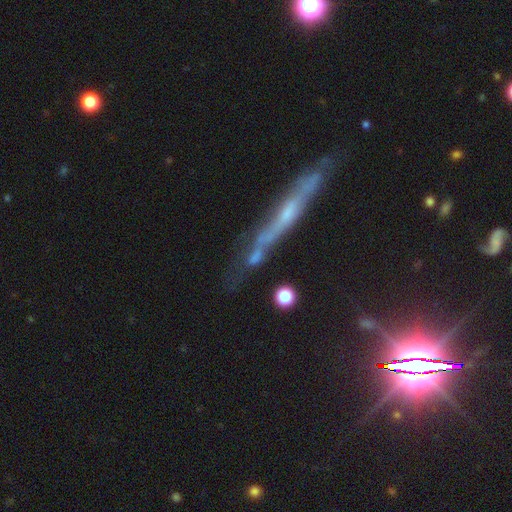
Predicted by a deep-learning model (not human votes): Smooth or featured? Predicted: featured or disk (p=0.46). Merging? Predicted: none (p=0.61).